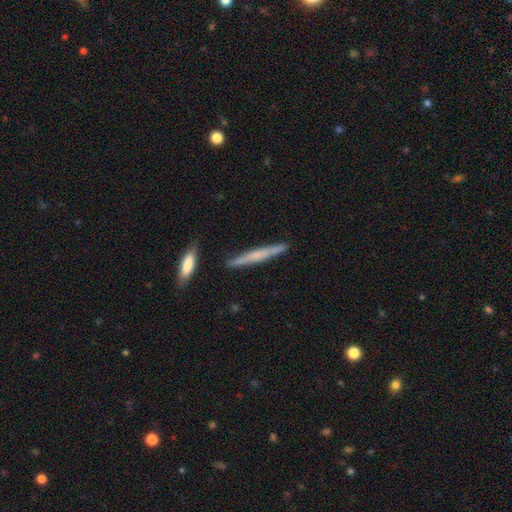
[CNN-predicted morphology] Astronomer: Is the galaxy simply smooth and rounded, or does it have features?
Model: smooth — 50% (runner-up: featured or disk, 44%).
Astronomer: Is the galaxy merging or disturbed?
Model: none — 86%.